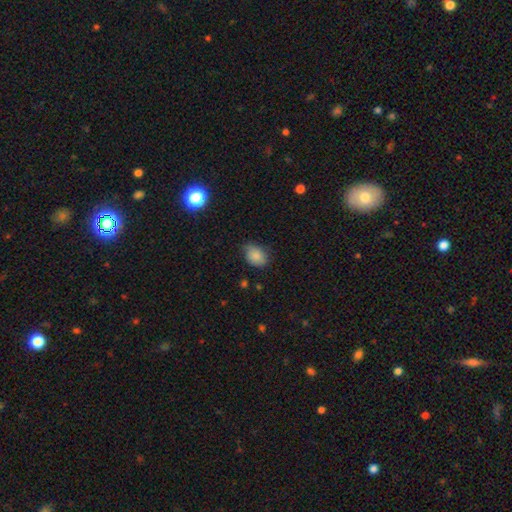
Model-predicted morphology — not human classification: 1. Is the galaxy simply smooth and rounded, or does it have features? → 85% smooth, 9% star or artifact, 6% featured or disk.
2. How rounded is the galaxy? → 66% in between, 33% round, 1% cigar-shaped.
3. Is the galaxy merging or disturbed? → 65% none, 29% minor disturbance, 5% major disturbance, 1% merger.